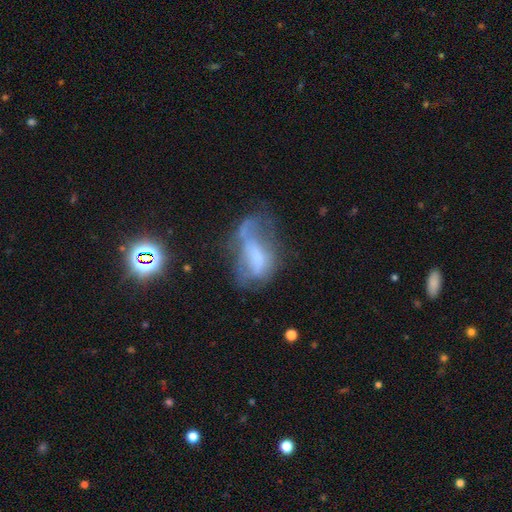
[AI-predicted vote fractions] This appears to be a featured or disk galaxy (50%). Merging: major disturbance (41%).